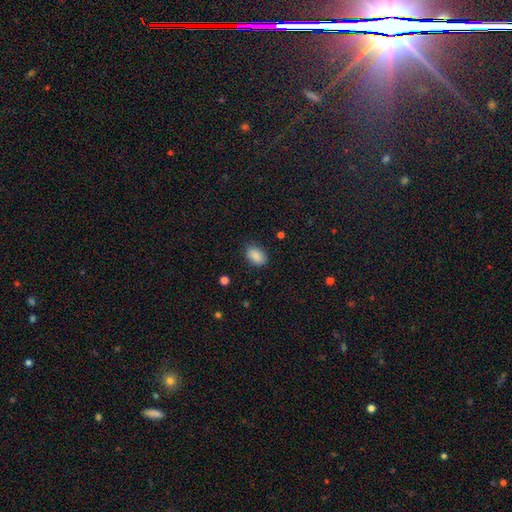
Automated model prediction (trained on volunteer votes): Morphology: type=smooth (88%); roundness=in between (87%); merging=none (83%).